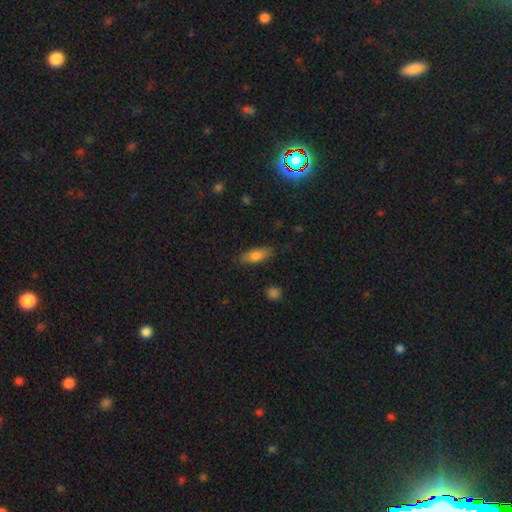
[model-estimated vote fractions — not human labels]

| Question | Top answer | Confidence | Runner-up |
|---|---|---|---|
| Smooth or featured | smooth | 77% | featured or disk (15%) |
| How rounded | in between | 73% | cigar-shaped (24%) |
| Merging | none | 81% | minor disturbance (14%) |